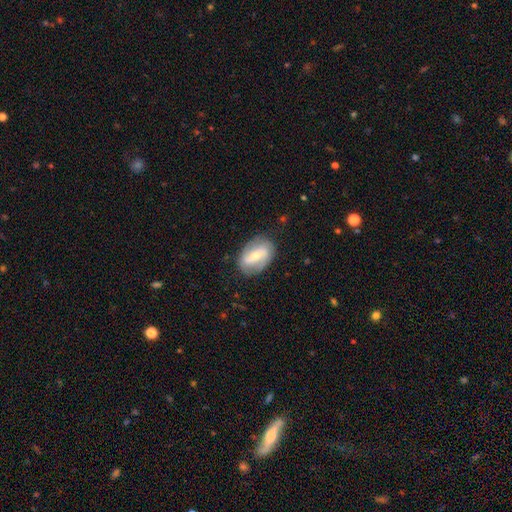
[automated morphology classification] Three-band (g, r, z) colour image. It shows a featured or disk galaxy (60%) with a weak bar (38%), spiral arms (71%) and a moderate central bulge (51%). Merging: none (78%).